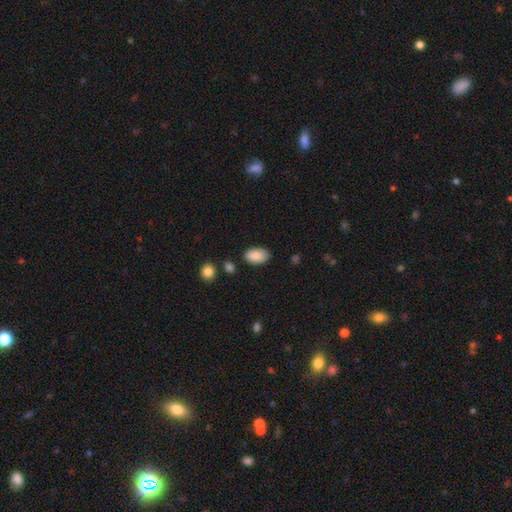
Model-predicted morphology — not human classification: Smooth or featured: smooth — 89% (star or artifact — 7%)
How rounded: in between — 93% (round — 6%)
Merging: none — 83% (minor disturbance — 12%)